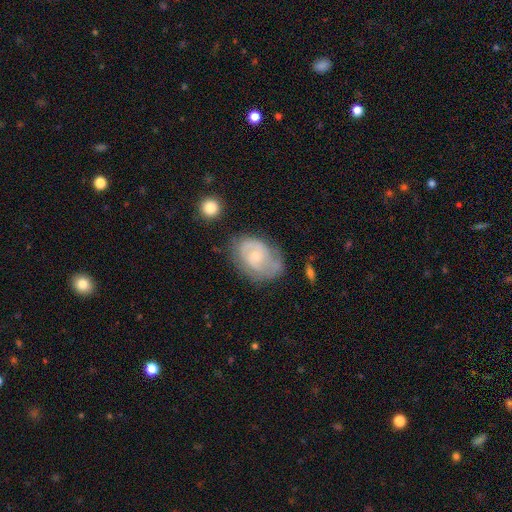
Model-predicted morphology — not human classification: Overall: featured or disk (66%; smooth 28%). Edge-on disk: no (96%). Bar: no (72%). Spiral arms: yes (79%). Spiral arm count: 2 (51%; can't tell 31%). Spiral winding: tight (51%; medium 35%). Bulge size: small (61%; moderate 35%). Merging: none (60%; minor disturbance 26%).